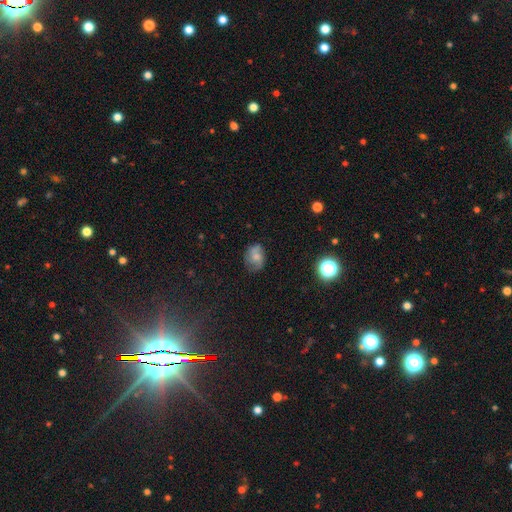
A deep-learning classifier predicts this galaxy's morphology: Smooth or featured: smooth — 49% (featured or disk — 40%)
Merging: none — 64% (minor disturbance — 25%)